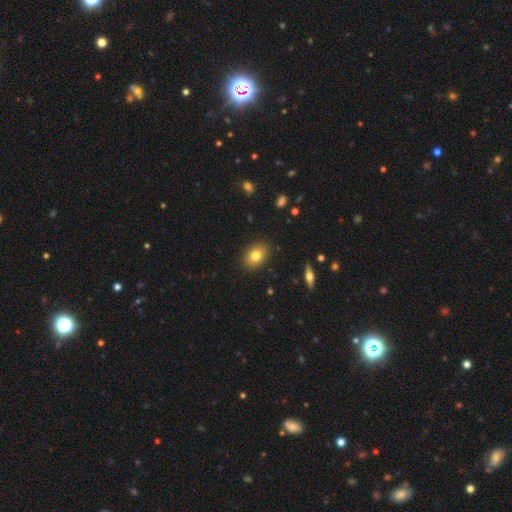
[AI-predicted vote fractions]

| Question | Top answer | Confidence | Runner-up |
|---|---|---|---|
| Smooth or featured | smooth | 79% | featured or disk (12%) |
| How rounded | in between | 77% | round (22%) |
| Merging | none | 87% | minor disturbance (9%) |